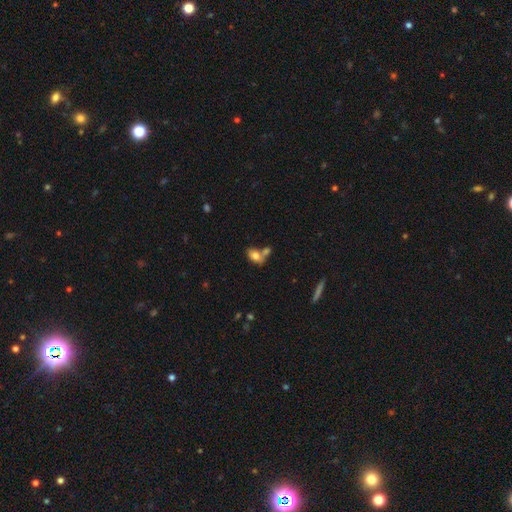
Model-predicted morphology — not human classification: smooth-or-featured: smooth: 77% | featured or disk: 14% | star or artifact: 9%
  how-rounded: in between: 83% | round: 14% | cigar-shaped: 3%
  merging: none: 43% | merger: 41% | minor disturbance: 12% | major disturbance: 5%